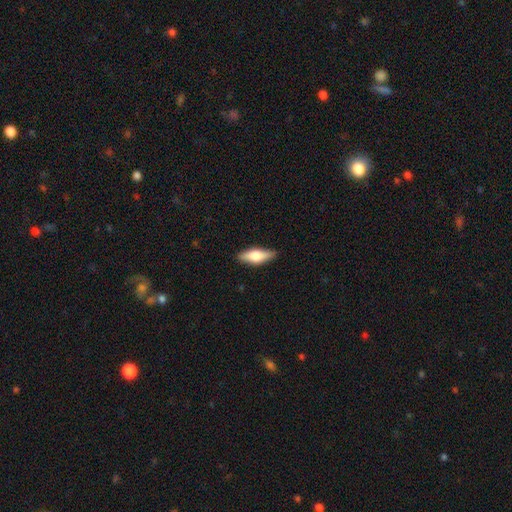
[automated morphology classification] smooth 61%, featured or disk 33%, star or artifact 6%. Down the decision tree: how rounded — in between (63%); merging — none (86%).